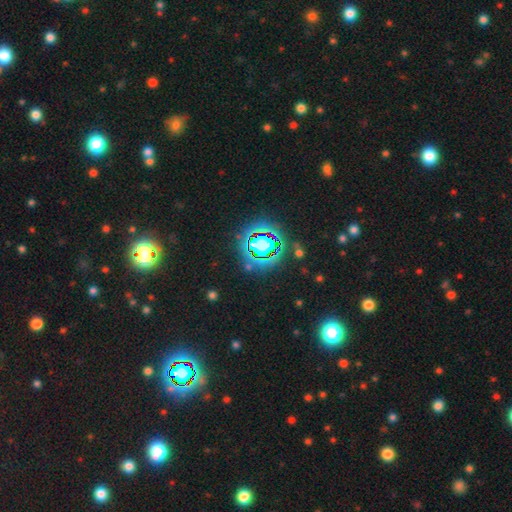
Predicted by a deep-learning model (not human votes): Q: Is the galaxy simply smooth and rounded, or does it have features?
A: star or artifact — 80%.